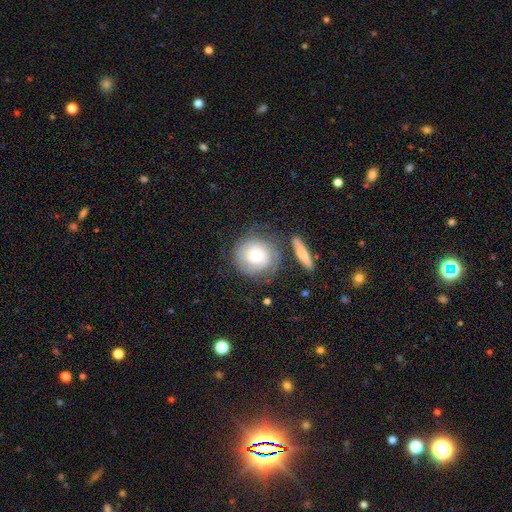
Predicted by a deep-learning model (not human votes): featured or disk 51%, smooth 42%, star or artifact 7%. Down the decision tree: edge-on disk — no (95%); merging — none (64%).